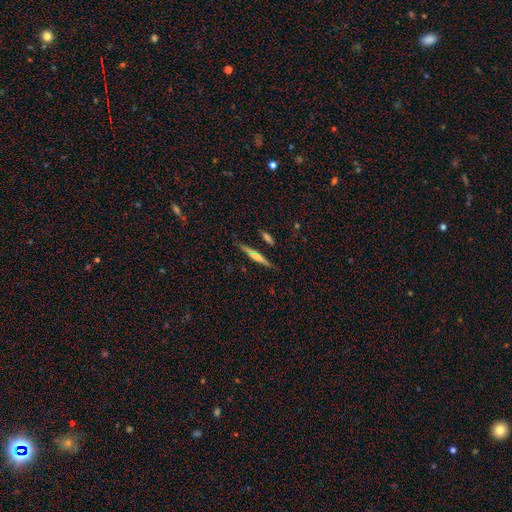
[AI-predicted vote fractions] The model was most divided on "smooth or featured": featured or disk: 56%, smooth: 37%, star or artifact: 7%. More confident: edge-on disk — yes (97%); merging — none (84%); edge-on bulge — rounded (58%).